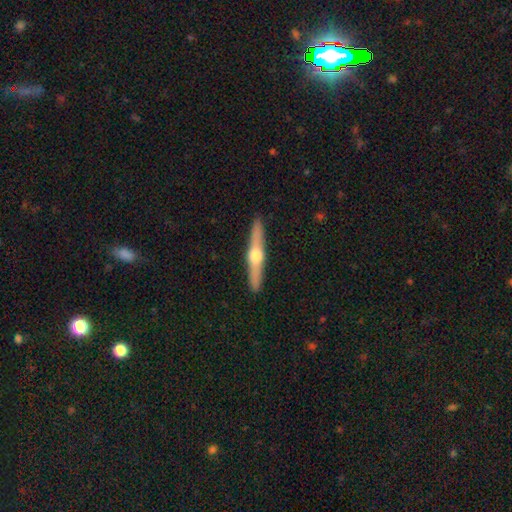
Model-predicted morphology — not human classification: Smooth or featured? Predicted: featured or disk (p=0.68). Edge-on disk? Predicted: yes (p=0.97). Edge-on bulge? Predicted: rounded (p=0.95). Merging? Predicted: none (p=0.92).